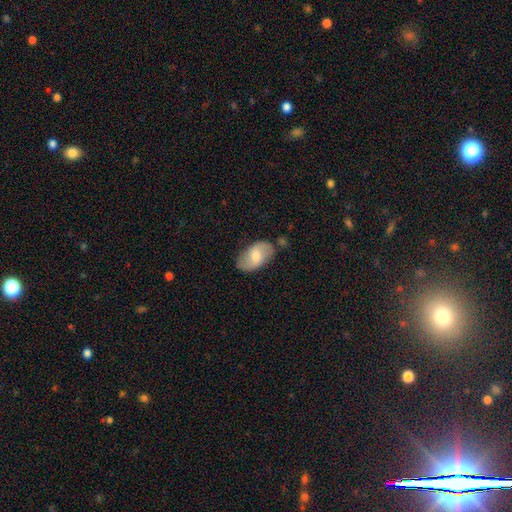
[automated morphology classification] Smooth or featured?
  - smooth: 54% *
  - featured or disk: 40%
  - star or artifact: 6%
How rounded?
  - in between: 94% *
  - round: 5%
  - cigar-shaped: 2%
Merging?
  - none: 75% *
  - minor disturbance: 17%
  - major disturbance: 4%
  - merger: 4%